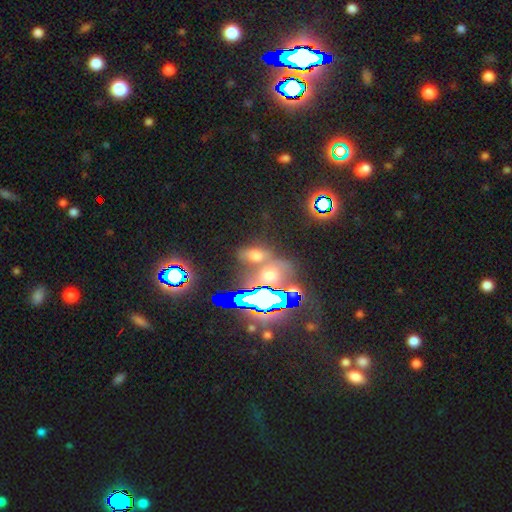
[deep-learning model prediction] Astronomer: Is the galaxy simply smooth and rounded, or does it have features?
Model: smooth — 48% (runner-up: star or artifact, 40%).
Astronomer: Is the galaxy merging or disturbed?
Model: none — 54%.